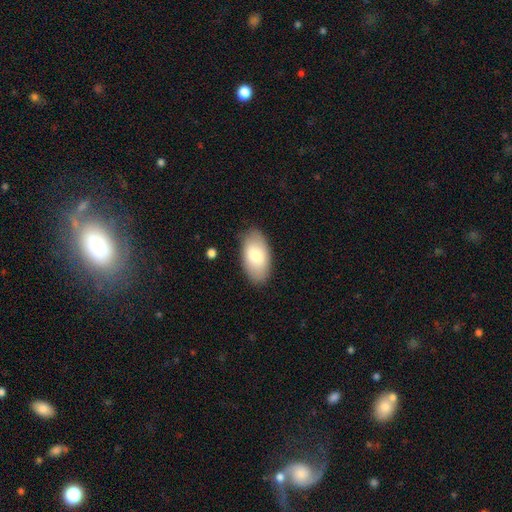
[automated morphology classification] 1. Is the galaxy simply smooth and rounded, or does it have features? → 79% smooth, 15% featured or disk, 6% star or artifact.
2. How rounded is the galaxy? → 95% in between, 3% round, 2% cigar-shaped.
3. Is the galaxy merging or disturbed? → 85% none, 11% minor disturbance, 3% major disturbance, 1% merger.